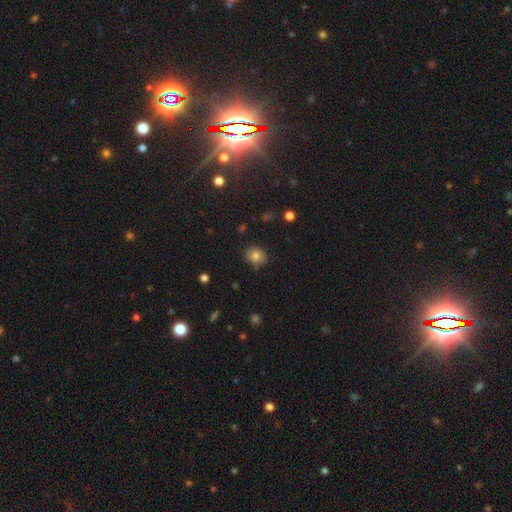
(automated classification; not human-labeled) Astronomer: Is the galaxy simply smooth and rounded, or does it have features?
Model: smooth — 80%.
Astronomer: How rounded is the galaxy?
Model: round — 63%.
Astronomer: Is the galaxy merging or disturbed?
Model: none — 80%.